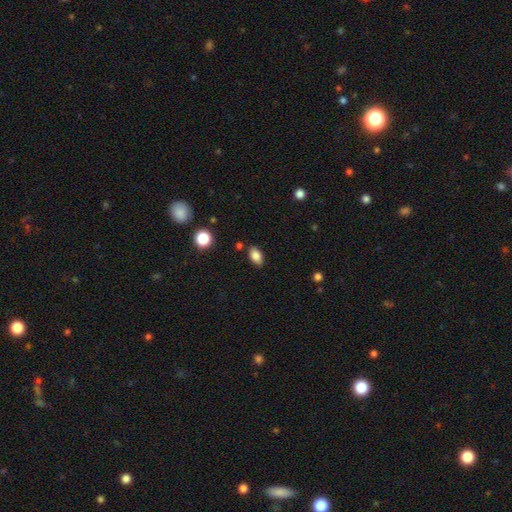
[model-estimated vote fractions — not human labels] The model was most divided on "merging": none: 84%, minor disturbance: 11%, merger: 3%, major disturbance: 2%. More confident: how rounded — in between (89%); smooth or featured — smooth (85%).